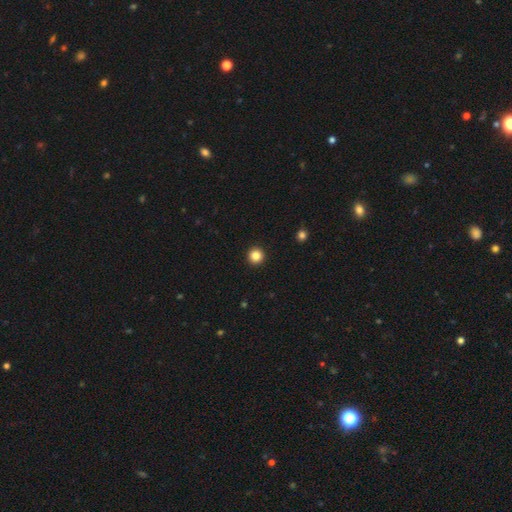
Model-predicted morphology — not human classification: This is clearly a smooth galaxy (85%). How rounded: clearly round (96%). Merging: clearly none (94%).